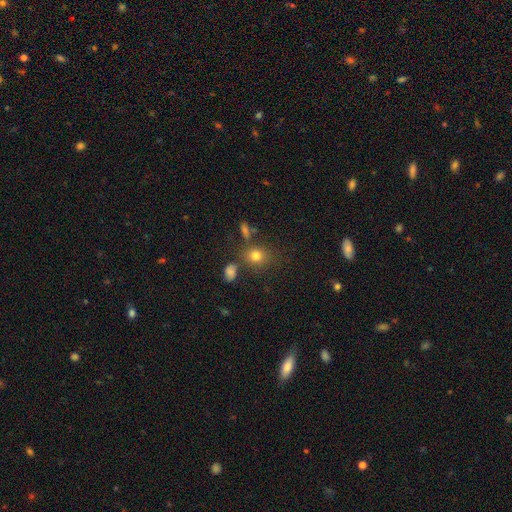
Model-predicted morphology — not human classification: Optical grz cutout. It shows a smooth galaxy with no disk features (78%) that is round (66%). Merging: none (69%).